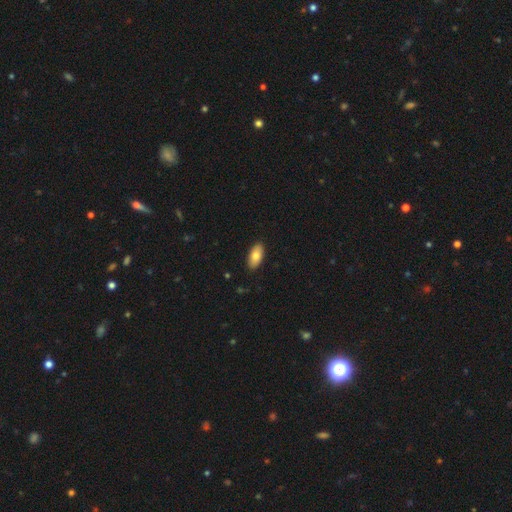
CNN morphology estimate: Q: Smooth or featured?
A: smooth (82%); runner-up: featured or disk (11%)
Q: How rounded?
A: in between (93%); runner-up: cigar-shaped (5%)
Q: Merging?
A: none (89%); runner-up: minor disturbance (8%)